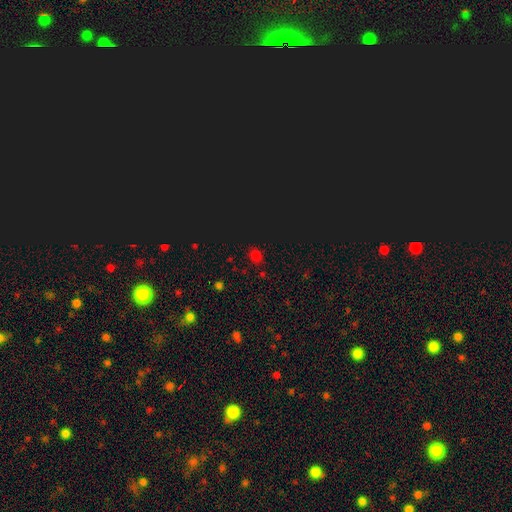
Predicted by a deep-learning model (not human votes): This is likely a smooth galaxy (61%). How rounded: likely round (61%). Merging: clearly none (82%).